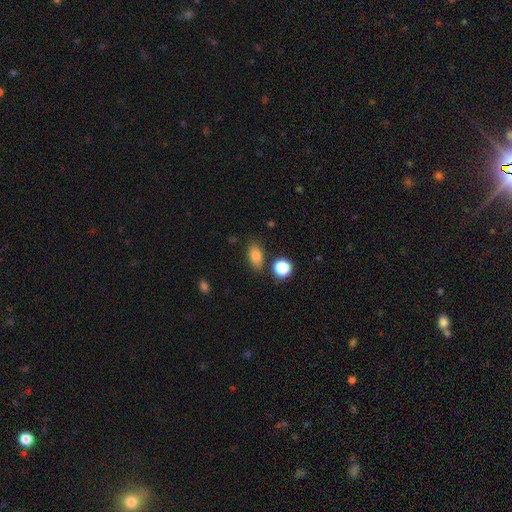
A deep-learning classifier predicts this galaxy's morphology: This is clearly a smooth galaxy (82%). How rounded: clearly in between (80%). Merging: likely none (78%).